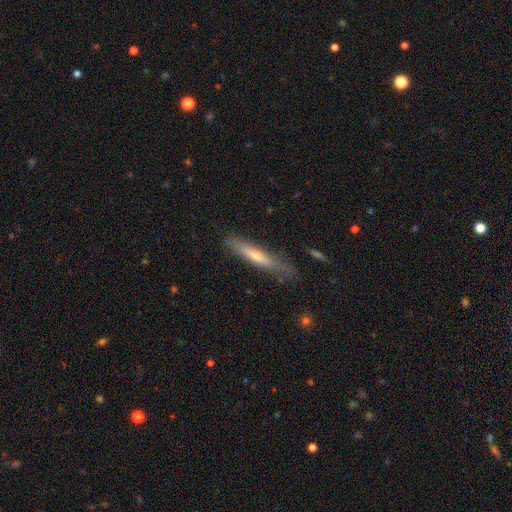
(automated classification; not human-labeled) A smooth galaxy with no disk features (51%) that is cigar-shaped (91%).

Vote fractions:
- Smooth or featured? smooth: 51% / featured or disk: 43% / star or artifact: 6%
- How rounded? cigar-shaped: 91% / in between: 7% / round: 1%
- Merging? none: 74% / minor disturbance: 19% / major disturbance: 5% / merger: 2%